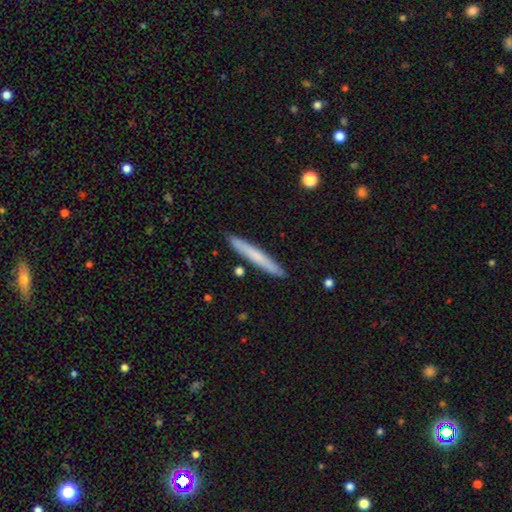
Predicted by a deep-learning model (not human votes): A smooth galaxy with no disk features (66%) that is cigar-shaped (96%).

Vote fractions:
- Smooth or featured? smooth: 66% / featured or disk: 28% / star or artifact: 6%
- How rounded? cigar-shaped: 96% / in between: 3% / round: 1%
- Merging? none: 89% / minor disturbance: 7% / merger: 2% / major disturbance: 1%